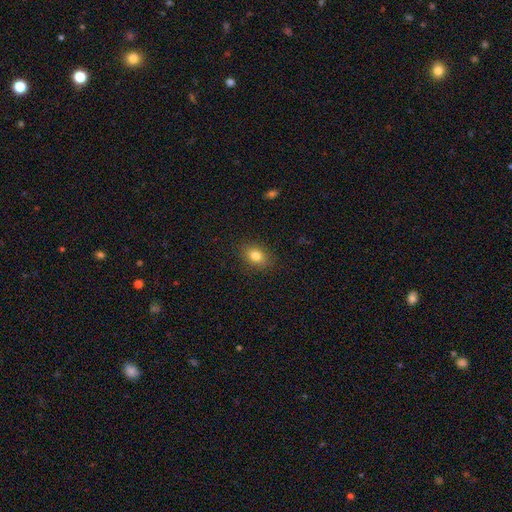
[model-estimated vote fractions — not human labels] Smooth or featured: smooth — 82% (star or artifact — 10%)
How rounded: in between — 75% (round — 23%)
Merging: none — 88% (minor disturbance — 9%)